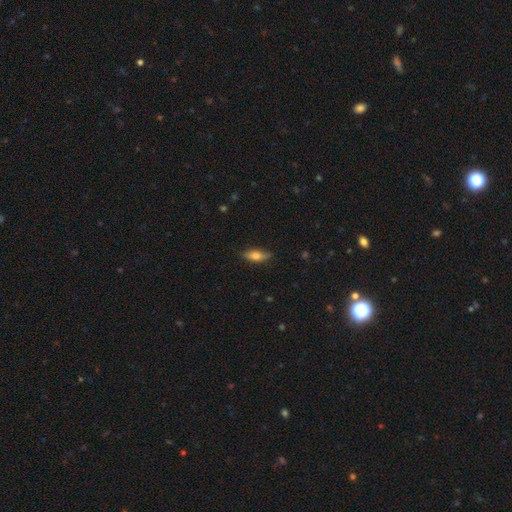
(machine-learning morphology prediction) The model was most divided on "how rounded": in between: 64%, cigar-shaped: 33%, round: 3%. More confident: merging — none (79%); smooth or featured — smooth (67%).